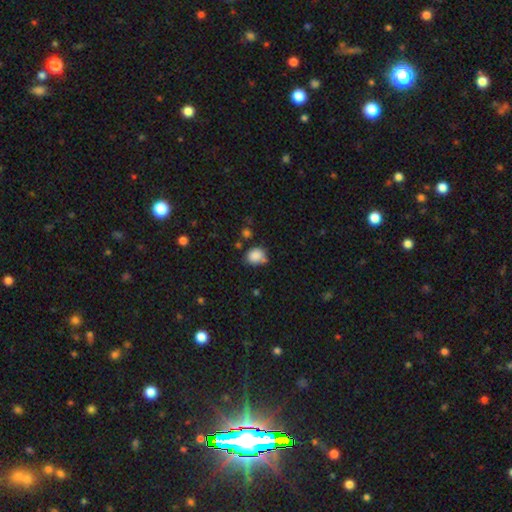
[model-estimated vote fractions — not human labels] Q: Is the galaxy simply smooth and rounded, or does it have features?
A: smooth — 85%.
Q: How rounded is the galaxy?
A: round — 61%.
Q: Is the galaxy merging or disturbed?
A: none — 61%.